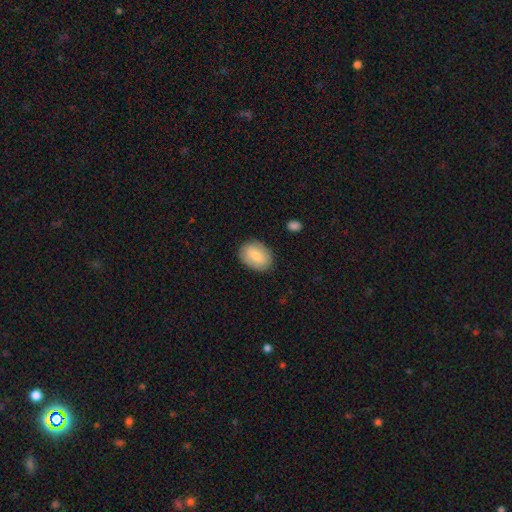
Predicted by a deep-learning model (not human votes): The model was most divided on "smooth or featured": smooth: 74%, featured or disk: 19%, star or artifact: 6%. More confident: merging — none (84%); how rounded — in between (77%).